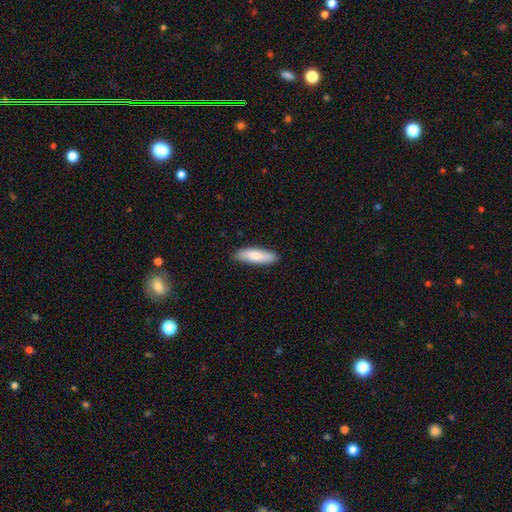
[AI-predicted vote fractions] Q: Smooth or featured?
A: smooth (81%); runner-up: featured or disk (13%)
Q: How rounded?
A: cigar-shaped (54%); runner-up: in between (45%)
Q: Merging?
A: none (87%); runner-up: minor disturbance (10%)